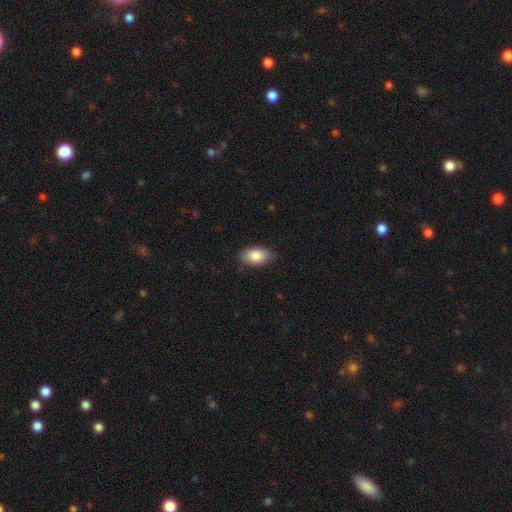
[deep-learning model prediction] Smooth or featured? Predicted: smooth (p=0.85). How rounded? Predicted: in between (p=0.92). Merging? Predicted: none (p=0.81).